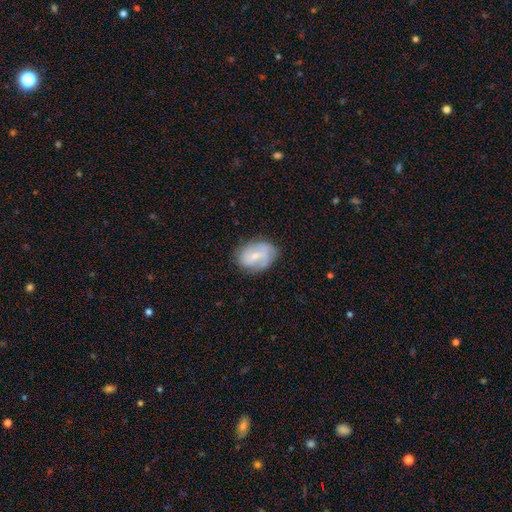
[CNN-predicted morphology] Smooth or featured: featured or disk — 50% (smooth — 42%)
Edge-on disk: no — 96% (yes — 4%)
Merging: none — 69% (minor disturbance — 23%)